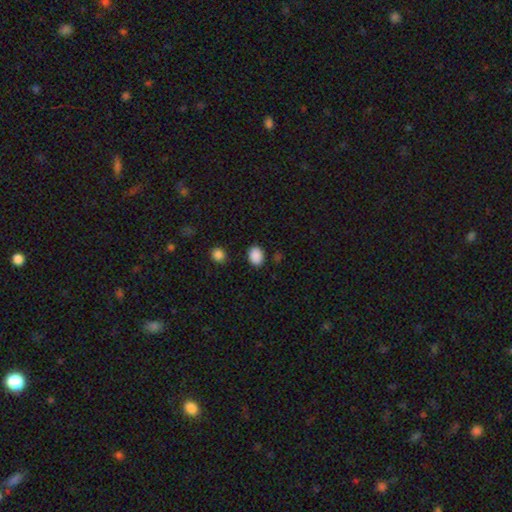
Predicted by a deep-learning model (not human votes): A smooth galaxy with no disk features (89%) that is in between round and cigar-shaped (66%). Merging: none (85%).